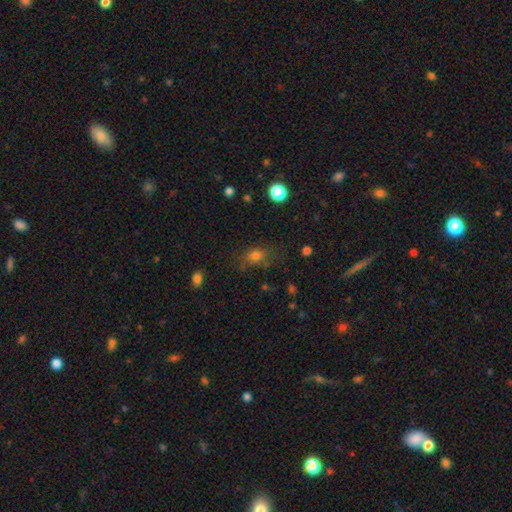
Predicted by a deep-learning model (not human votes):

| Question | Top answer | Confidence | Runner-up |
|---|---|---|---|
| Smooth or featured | smooth | 73% | star or artifact (17%) |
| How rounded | in between | 61% | round (35%) |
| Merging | none | 69% | minor disturbance (19%) |